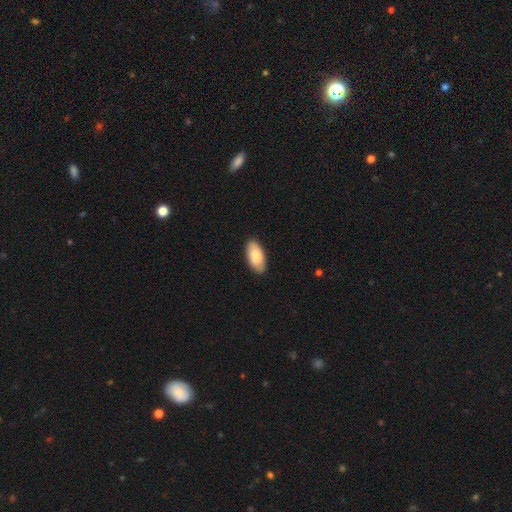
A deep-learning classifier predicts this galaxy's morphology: Smooth or featured?
  - smooth: 81% *
  - featured or disk: 13%
  - star or artifact: 6%
How rounded?
  - in between: 93% *
  - cigar-shaped: 5%
  - round: 2%
Merging?
  - none: 87% *
  - minor disturbance: 10%
  - major disturbance: 2%
  - merger: 1%